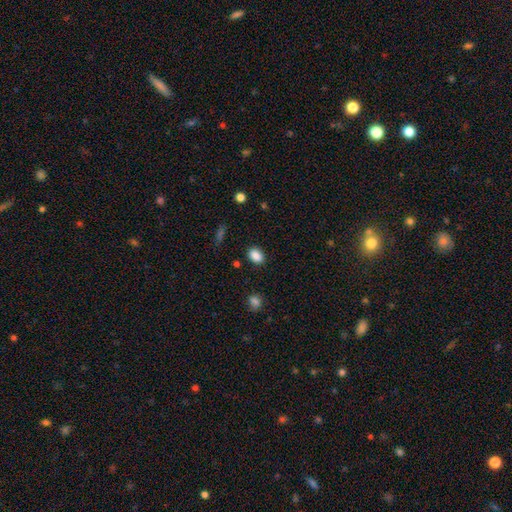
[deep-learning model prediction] This is clearly a smooth galaxy (87%). How rounded: likely in between (80%). Merging: clearly none (85%).